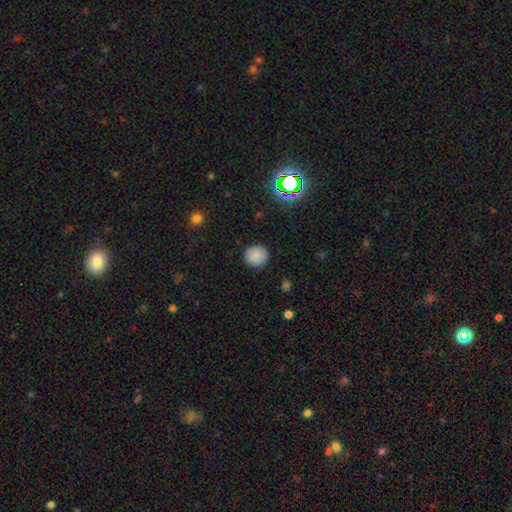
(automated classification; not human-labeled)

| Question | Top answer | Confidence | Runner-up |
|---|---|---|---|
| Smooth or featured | smooth | 85% | star or artifact (11%) |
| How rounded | round | 91% | in between (8%) |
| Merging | none | 89% | minor disturbance (7%) |